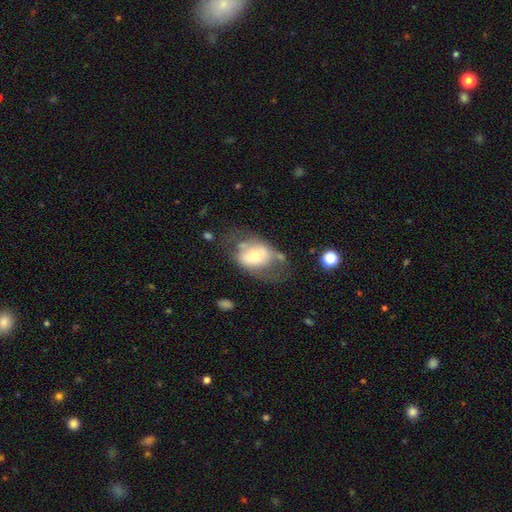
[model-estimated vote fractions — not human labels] The model was most divided on "smooth or featured" (2-way tie): smooth: 46%, featured or disk: 46%, star or artifact: 8%. Remaining: merging — none (43%).